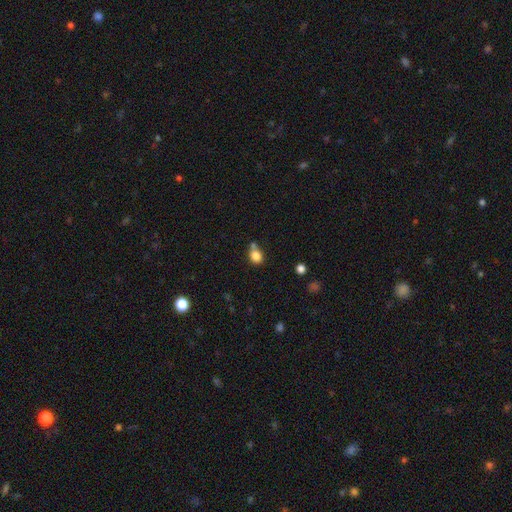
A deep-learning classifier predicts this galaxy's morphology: This appears to be a smooth galaxy with no disk features (83%) that is round (63%). Merging: none (55%).